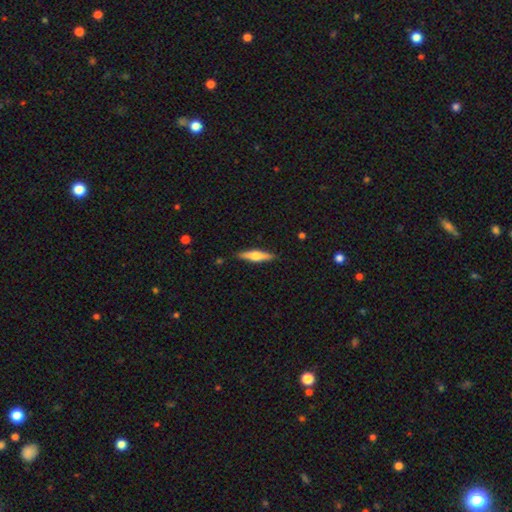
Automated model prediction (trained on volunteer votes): Q: Smooth or featured?
A: featured or disk (55%); runner-up: smooth (39%)
Q: Edge-on disk?
A: yes (95%); runner-up: no (5%)
Q: Edge-on bulge?
A: rounded (93%); runner-up: boxy (4%)
Q: Merging?
A: none (89%); runner-up: minor disturbance (8%)